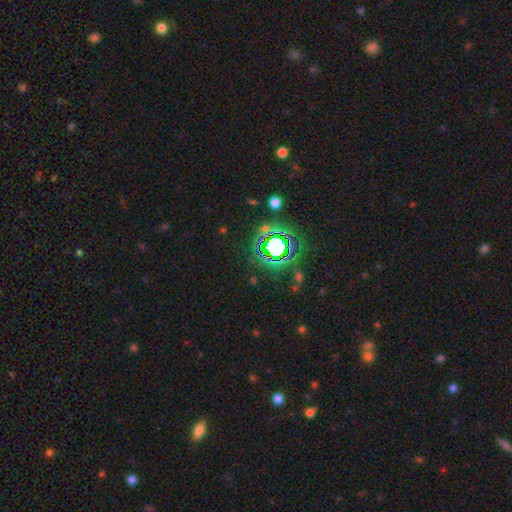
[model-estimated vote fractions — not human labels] Smooth or featured?
  - star or artifact: 81% *
  - smooth: 12%
  - featured or disk: 7%